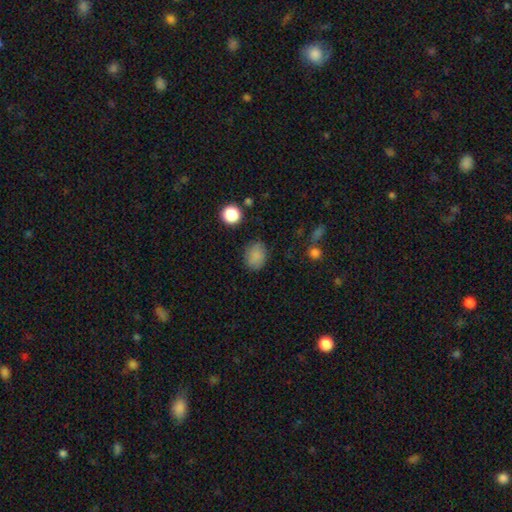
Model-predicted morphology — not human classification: Overall: smooth (85%). How rounded: in between (53%; round 46%). Merging: none (81%).